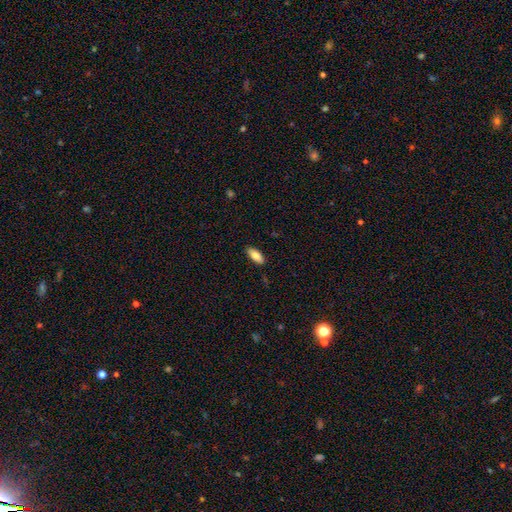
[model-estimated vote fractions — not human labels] The model was most divided on "how rounded": in between: 83%, cigar-shaped: 15%, round: 2%. More confident: merging — none (88%); smooth or featured — smooth (82%).